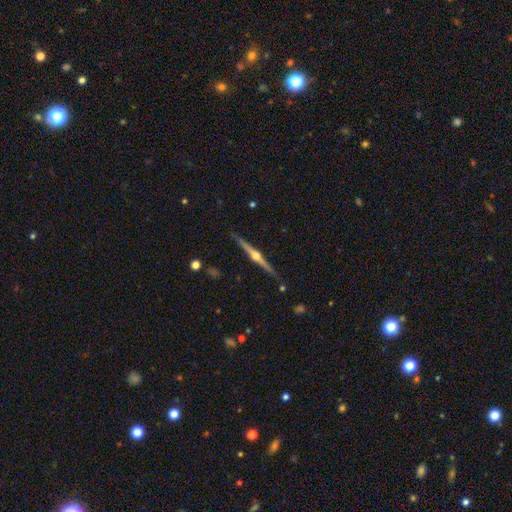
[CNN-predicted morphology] featured or disk 85%, smooth 10%, star or artifact 5%. Down the decision tree: edge-on disk — yes (99%); edge-on bulge — rounded (96%); merging — none (89%).